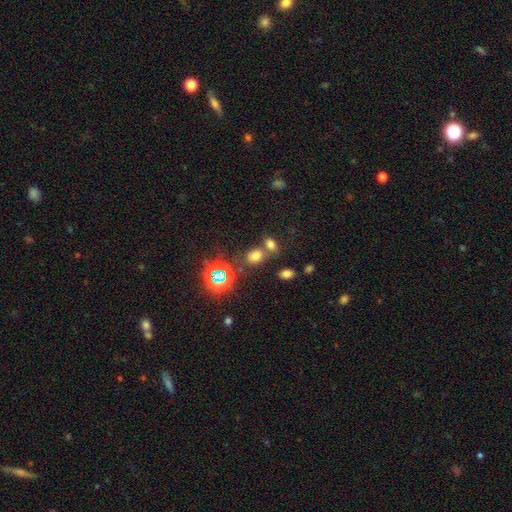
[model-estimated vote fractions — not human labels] This appears to be a smooth galaxy with no disk features (64%) that is in between round and cigar-shaped (57%). Merging: none (58%).